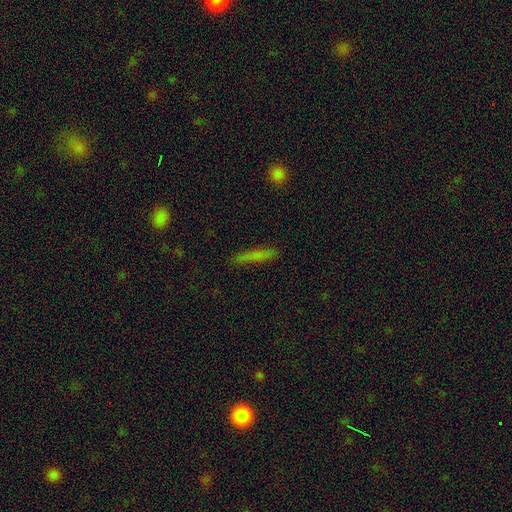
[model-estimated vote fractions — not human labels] Smooth or featured? smooth (69%)
How rounded? cigar-shaped (90%)
Merging? none (85%)